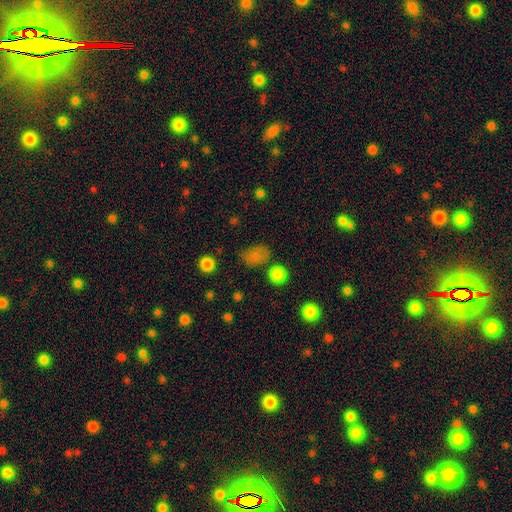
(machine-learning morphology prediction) smooth-or-featured: smooth: 77% | star or artifact: 16% | featured or disk: 7%
  how-rounded: in between: 68% | round: 30% | cigar-shaped: 2%
  merging: none: 63% | minor disturbance: 23% | major disturbance: 9% | merger: 5%